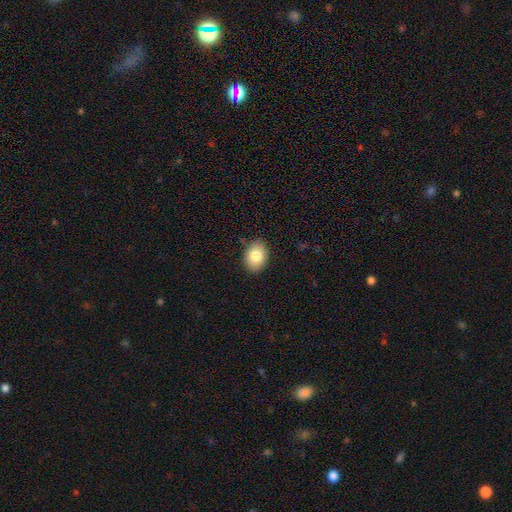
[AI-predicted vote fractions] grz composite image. It shows a smooth galaxy with no disk features (84%) that is in between round and cigar-shaped (72%). Merging: none (87%).